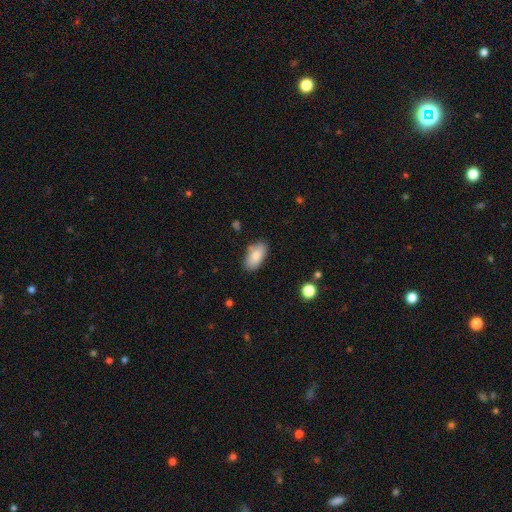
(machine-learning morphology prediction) The model was most divided on "merging": none: 81%, minor disturbance: 14%, major disturbance: 3%, merger: 3%. More confident: how rounded — in between (94%); smooth or featured — smooth (85%).